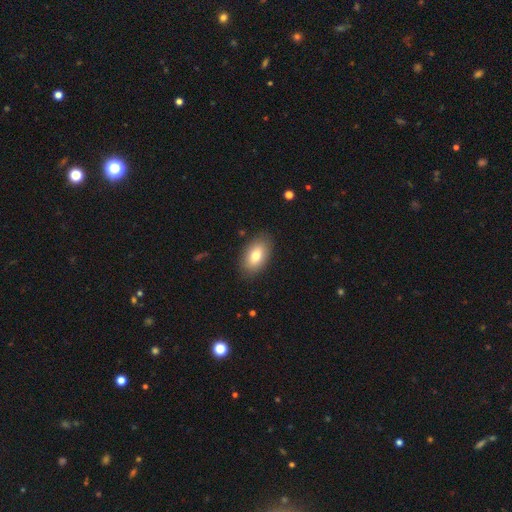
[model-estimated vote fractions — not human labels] A smooth galaxy with no disk features (78%) that is in between round and cigar-shaped (92%). Merging: none (87%).